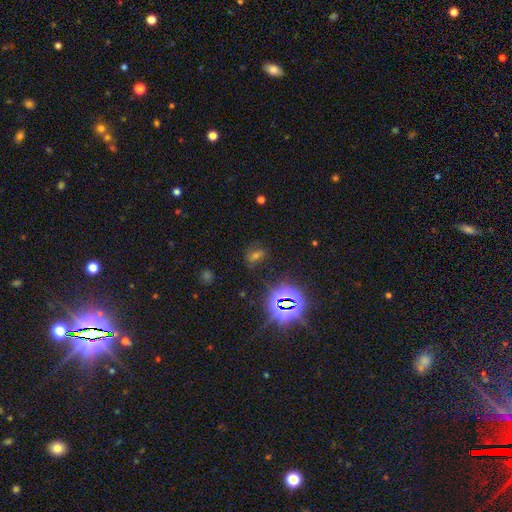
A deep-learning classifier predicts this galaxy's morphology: This is possibly a star or artifact rather than a galaxy (54%).